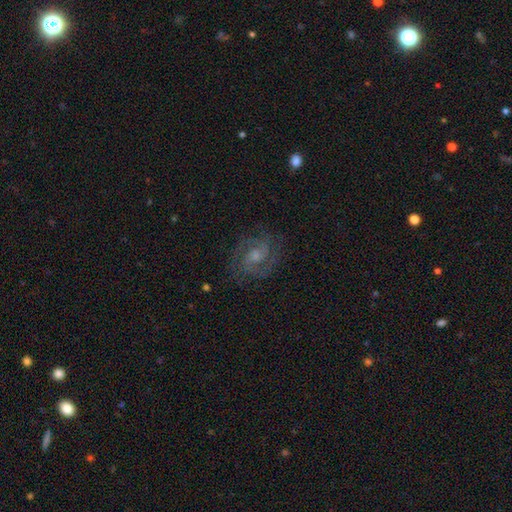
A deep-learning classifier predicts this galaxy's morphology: A featured or disk galaxy (85%) with a weak bar (46%), 2 (77%) medium (51%) spiral arms (97%) and a small central bulge (46%).

Vote fractions:
- Smooth or featured? featured or disk: 85% / smooth: 8% / star or artifact: 7%
- Edge-on disk? no: 98% / yes: 2%
- Bar? weak: 46% / no: 44% / strong: 10%
- Spiral arms? yes: 97% / no: 3%
- Spiral winding? medium: 51% / tight: 40% / loose: 10%
- Spiral arm count? 2: 77% / 3: 10% / can't tell: 7% / 4: 2% / 1: 2% / more than 4: 2%
- Bulge size? small: 46% / moderate: 38% / none: 11% / large: 5% / dominant: 1%
- Merging? none: 79% / minor disturbance: 13% / major disturbance: 6% / merger: 1%